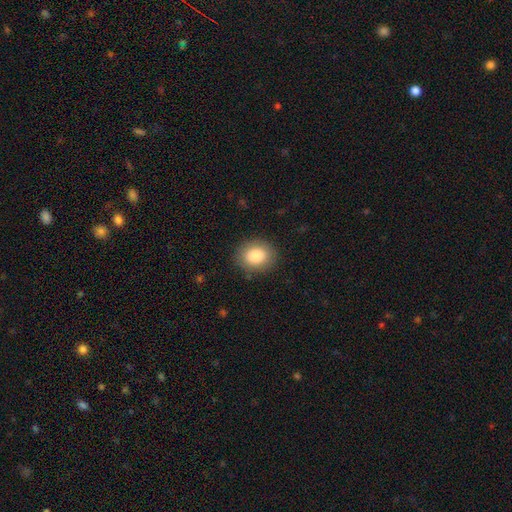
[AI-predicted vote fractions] Overall: smooth (84%). How rounded: round (66%; in between 33%). Merging: none (87%).